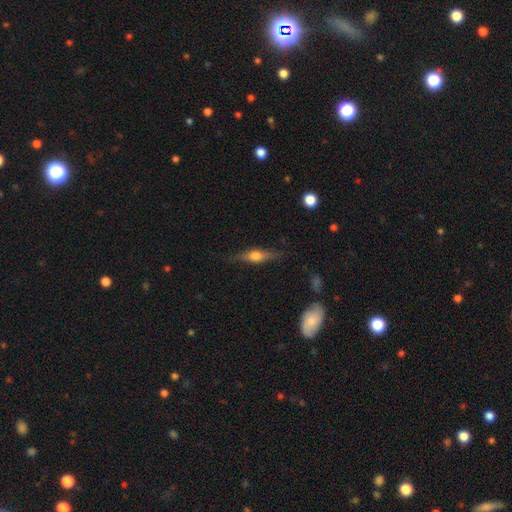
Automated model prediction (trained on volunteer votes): Smooth or featured? Predicted: featured or disk (p=0.60). Edge-on disk? Predicted: yes (p=0.94). Edge-on bulge? Predicted: rounded (p=0.92). Merging? Predicted: none (p=0.82).